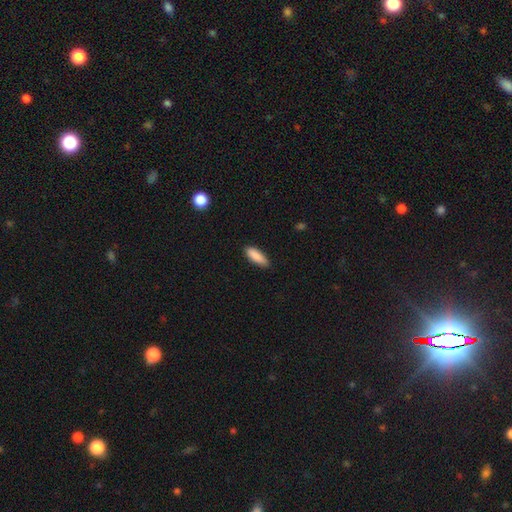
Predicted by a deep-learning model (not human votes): A smooth galaxy with no disk features (89%) that is in between round and cigar-shaped (59%). Merging: none (84%).